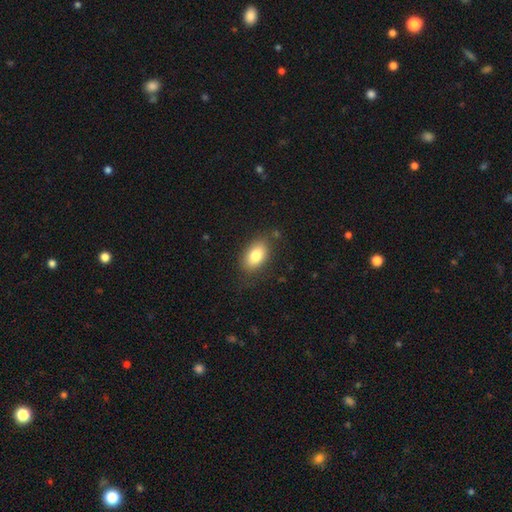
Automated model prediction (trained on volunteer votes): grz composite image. It shows a smooth galaxy with no disk features (81%) that is in between round and cigar-shaped (90%). Merging: none (81%).